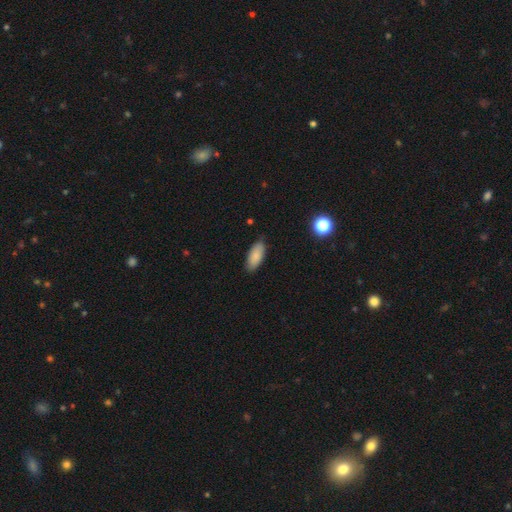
Smooth or featured?
  - smooth: 95% *
  - featured or disk: 3%
  - star or artifact: 3%
How rounded?
  - in between: 75% *
  - cigar-shaped: 19%
  - round: 6%
Merging?
  - none: 78% *
  - minor disturbance: 19%
  - merger: 3%
  - major disturbance: 0%